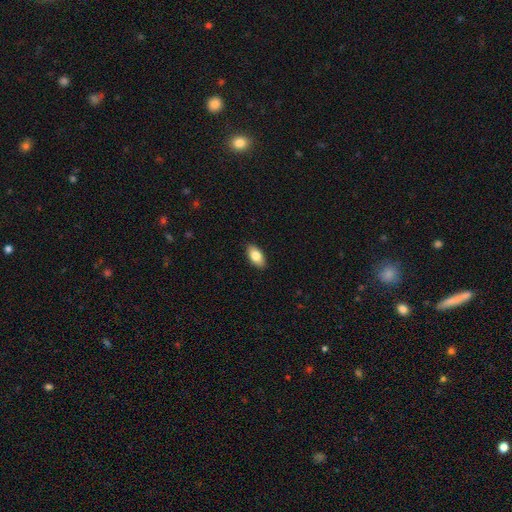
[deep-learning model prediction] smooth-or-featured: smooth: 83% | featured or disk: 11% | star or artifact: 6%
  how-rounded: in between: 92% | cigar-shaped: 5% | round: 3%
  merging: none: 89% | minor disturbance: 8% | major disturbance: 2% | merger: 1%